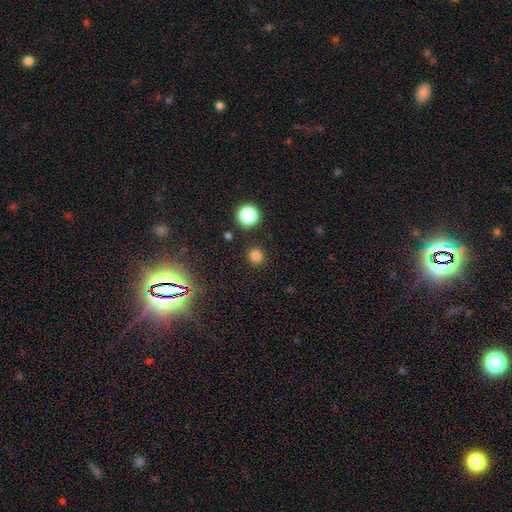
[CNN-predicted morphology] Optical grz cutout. It shows a smooth galaxy with no disk features (78%) that is round (93%). Merging: none (89%).